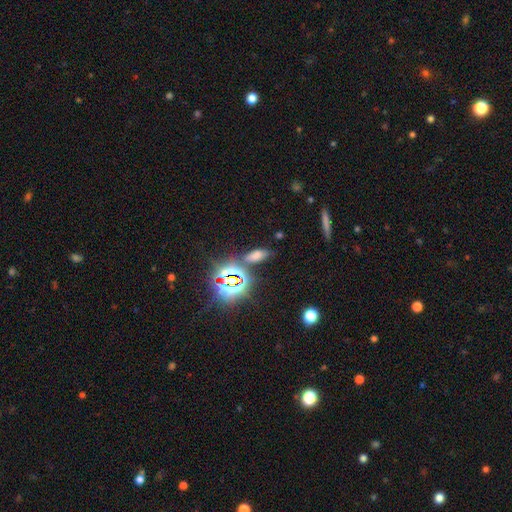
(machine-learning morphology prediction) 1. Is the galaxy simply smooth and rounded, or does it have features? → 56% smooth, 34% star or artifact, 10% featured or disk.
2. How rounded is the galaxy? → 75% in between, 18% cigar-shaped, 7% round.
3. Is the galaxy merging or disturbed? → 73% none, 13% minor disturbance, 9% merger, 5% major disturbance.